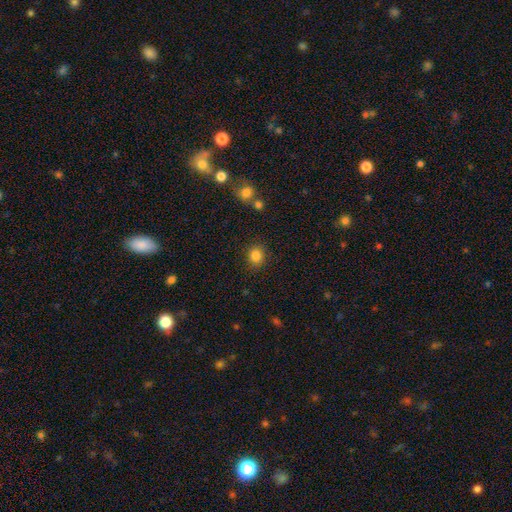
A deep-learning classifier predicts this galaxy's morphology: Smooth or featured? Predicted: smooth (p=0.84). How rounded? Predicted: round (p=0.74). Merging? Predicted: none (p=0.86).